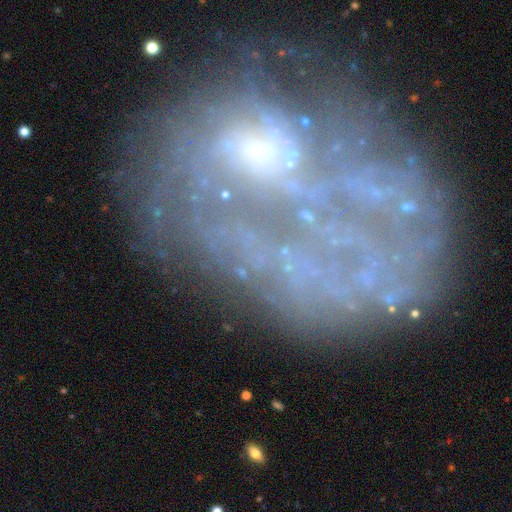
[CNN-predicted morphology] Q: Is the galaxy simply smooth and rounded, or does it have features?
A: featured or disk — 65%.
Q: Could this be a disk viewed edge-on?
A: no — 94%.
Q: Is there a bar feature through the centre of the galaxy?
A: no — 70%.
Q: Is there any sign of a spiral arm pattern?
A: yes — 51%.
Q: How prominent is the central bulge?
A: none — 40%.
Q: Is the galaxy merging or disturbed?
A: none — 36%.